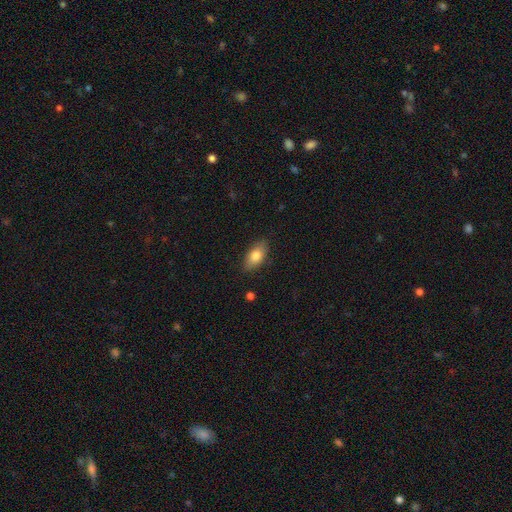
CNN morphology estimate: Overall: smooth (80%). How rounded: in between (89%). Merging: none (83%).